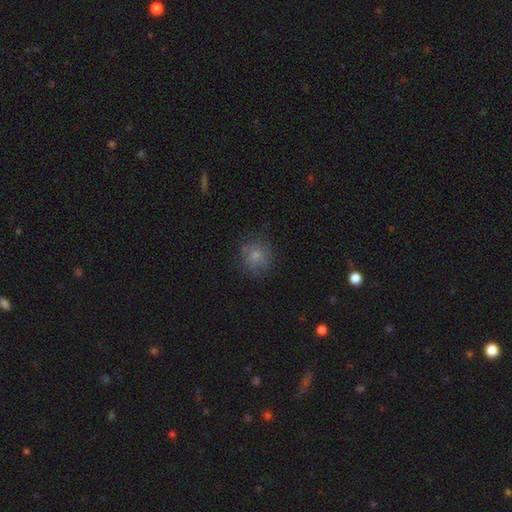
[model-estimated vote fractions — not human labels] Morphology: type=smooth (77%); roundness=round (86%); merging=none (72%).